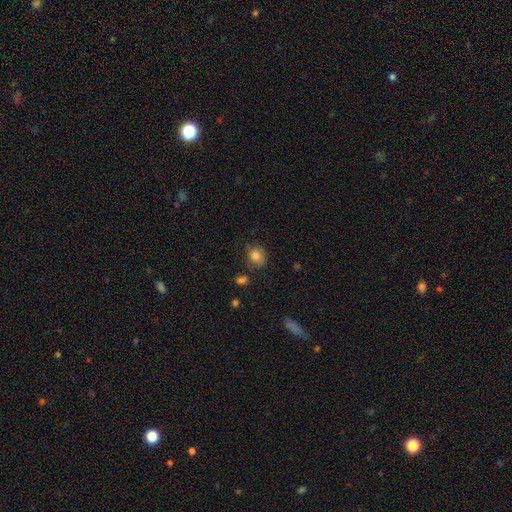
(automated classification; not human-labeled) A smooth galaxy with no disk features (82%) that is round (69%). Merging: none (69%).